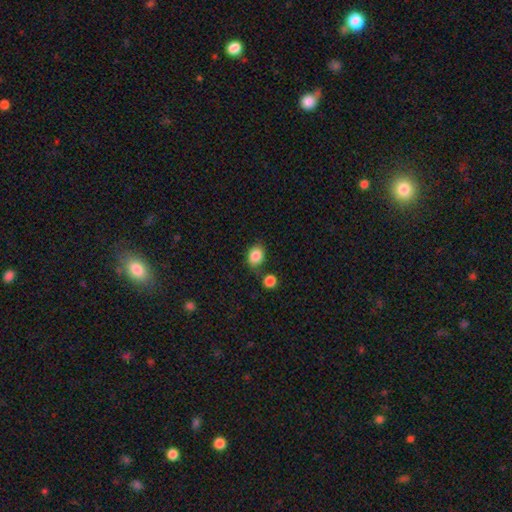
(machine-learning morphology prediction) type=smooth (87%); roundness=in between (56%); merging=none (73%).